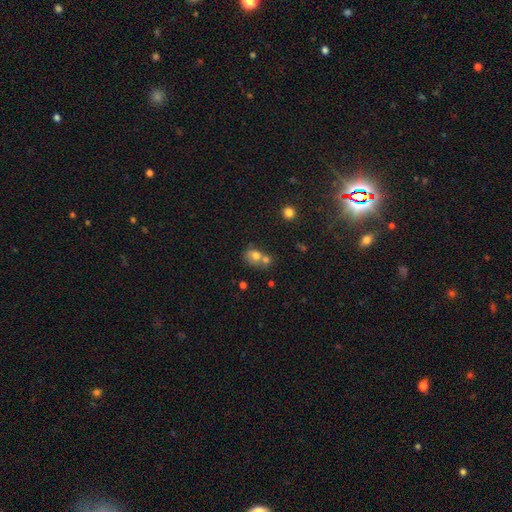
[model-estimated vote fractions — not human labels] This appears to be a smooth galaxy with no disk features (71%) that is round (54%). Merging: merger (57%).